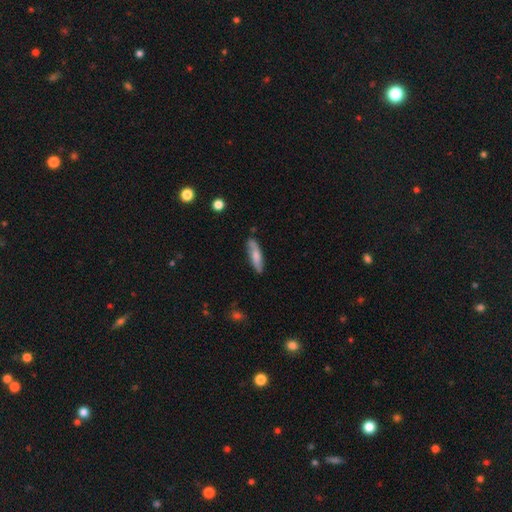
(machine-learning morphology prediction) A smooth galaxy with no disk features (64%) that is cigar-shaped (66%). Merging: none (78%).